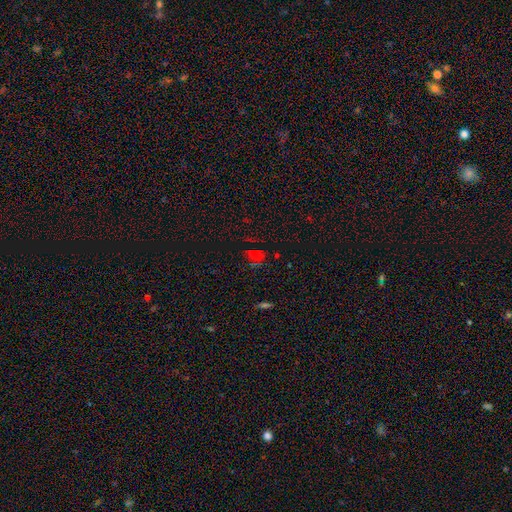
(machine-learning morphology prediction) smooth-or-featured: star or artifact: 48% | smooth: 40% | featured or disk: 12%